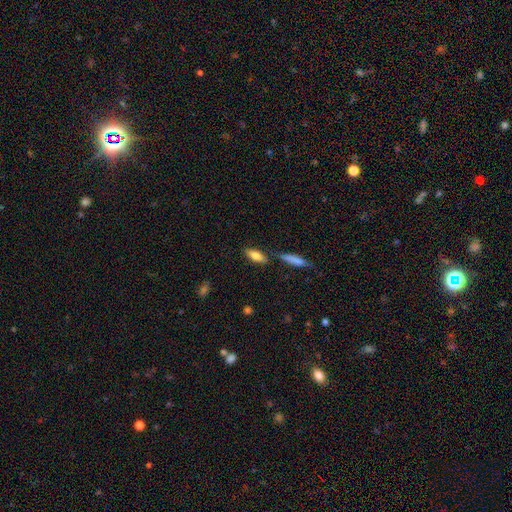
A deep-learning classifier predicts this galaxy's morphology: This is likely a smooth galaxy (76%). How rounded: likely in between (65%). Merging: likely none (71%).